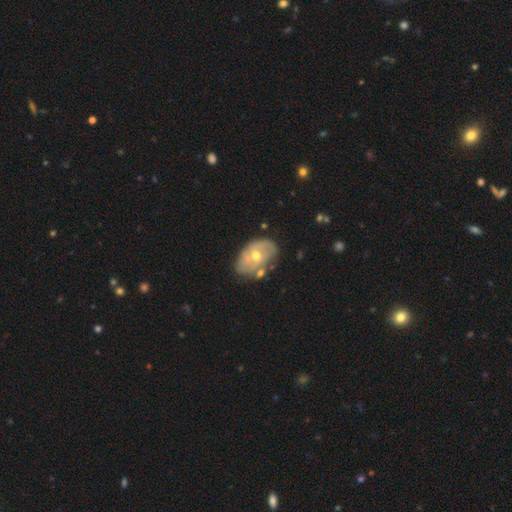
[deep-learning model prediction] This is likely a featured or disk galaxy (65%). It is clearly not viewed edge-on (95%). Bar: likely no (71%). Spiral arm pattern: possibly yes (58%). Central bulge: possibly moderate (59%). Merging: possibly none (55%).